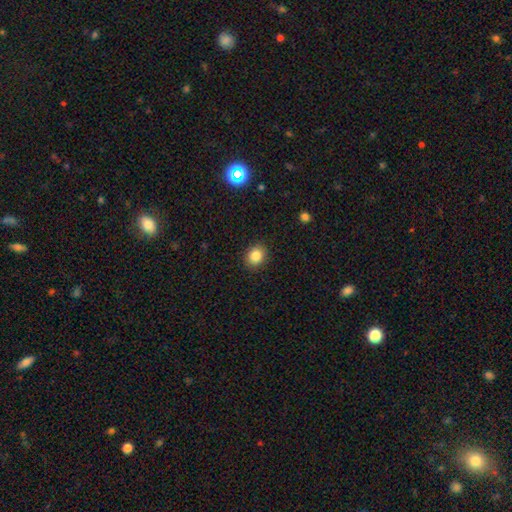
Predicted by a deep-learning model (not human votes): The model was most divided on "how rounded": round: 61%, in between: 38%, cigar-shaped: 1%. More confident: merging — none (90%); smooth or featured — smooth (85%).